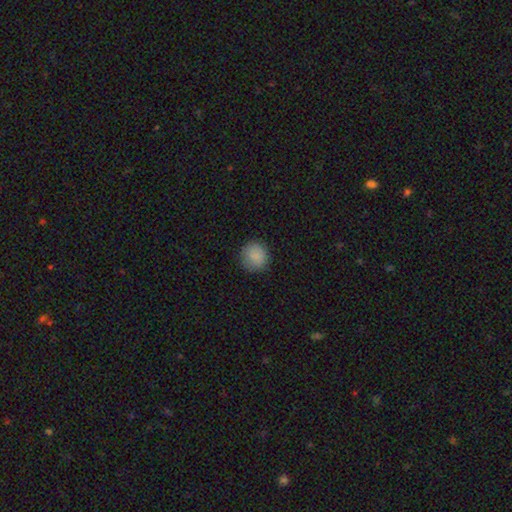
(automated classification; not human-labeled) Smooth or featured? smooth (88%)
How rounded? round (91%)
Merging? none (87%)